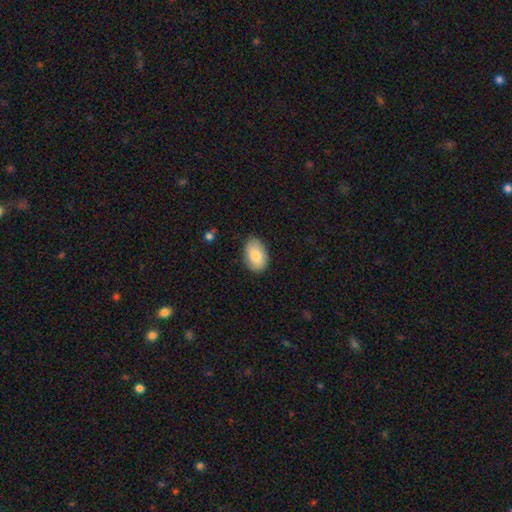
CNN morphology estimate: smooth-or-featured: smooth: 84% | featured or disk: 10% | star or artifact: 6%
  how-rounded: in between: 91% | round: 7% | cigar-shaped: 1%
  merging: none: 84% | minor disturbance: 12% | major disturbance: 2% | merger: 1%